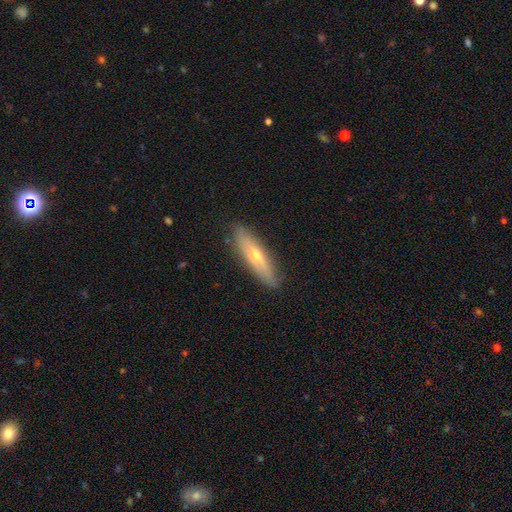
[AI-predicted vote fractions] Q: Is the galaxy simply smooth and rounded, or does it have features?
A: featured or disk — 48%.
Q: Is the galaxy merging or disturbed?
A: none — 85%.